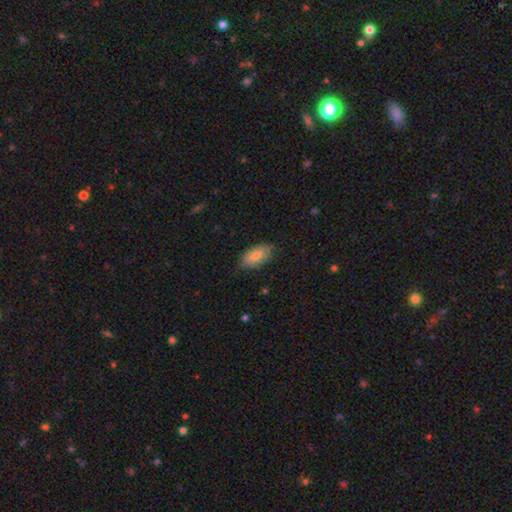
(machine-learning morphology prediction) A smooth galaxy with no disk features (75%) that is in between round and cigar-shaped (92%). Merging: none (80%).